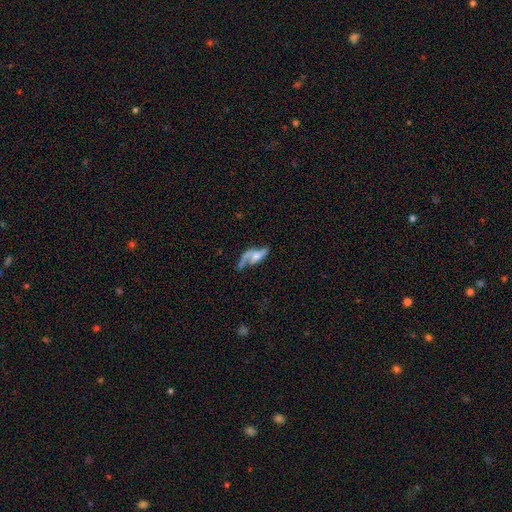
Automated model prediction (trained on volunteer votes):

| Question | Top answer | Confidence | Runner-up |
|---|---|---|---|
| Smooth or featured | featured or disk | 64% | smooth (27%) |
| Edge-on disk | no | 81% | yes (19%) |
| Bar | no | 65% | weak (25%) |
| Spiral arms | yes | 67% | no (33%) |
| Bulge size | moderate | 40% | small (30%) |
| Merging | major disturbance | 38% | none (30%) |